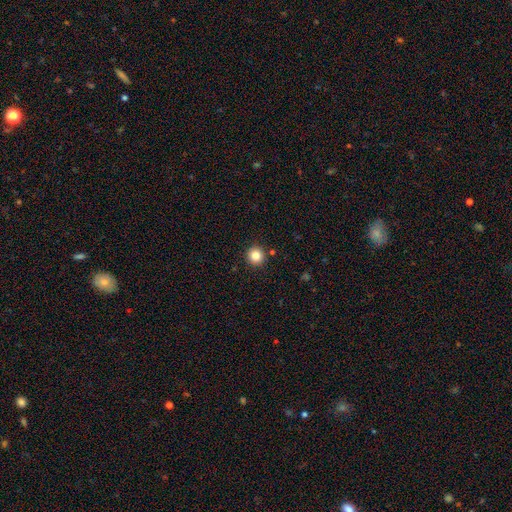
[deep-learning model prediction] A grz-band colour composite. It shows a smooth galaxy with no disk features (84%) that is round (95%). Merging: none (91%).